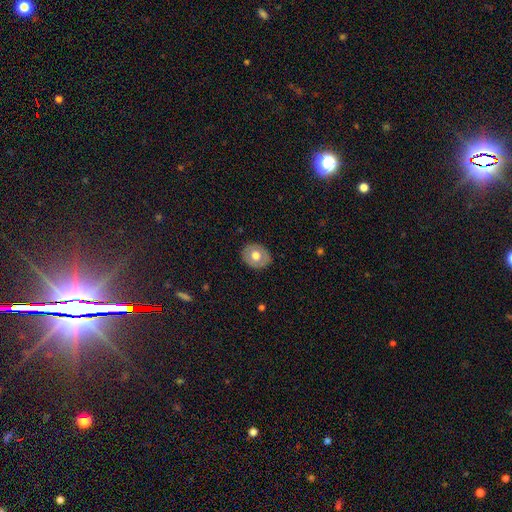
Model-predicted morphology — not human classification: Smooth or featured: smooth — 63% (featured or disk — 31%)
How rounded: round — 53% (in between — 46%)
Merging: none — 86% (minor disturbance — 10%)